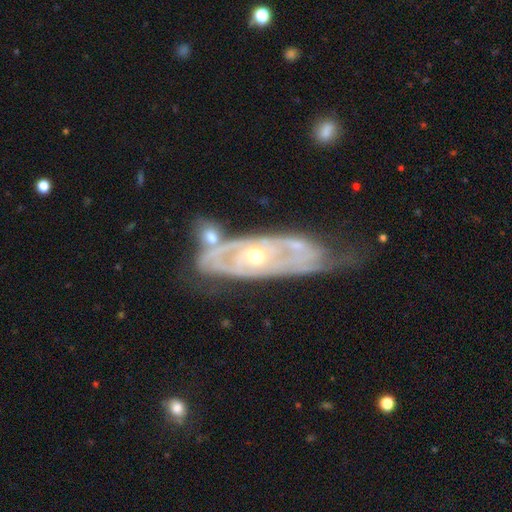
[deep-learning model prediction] Morphology: type=featured or disk (86%); edge-on=no (85%); bar=no (75%); spiral arms=yes (83%); winding=tight (69%); arm count=can't tell (45%); bulge=moderate (68%); merging=none (48%).